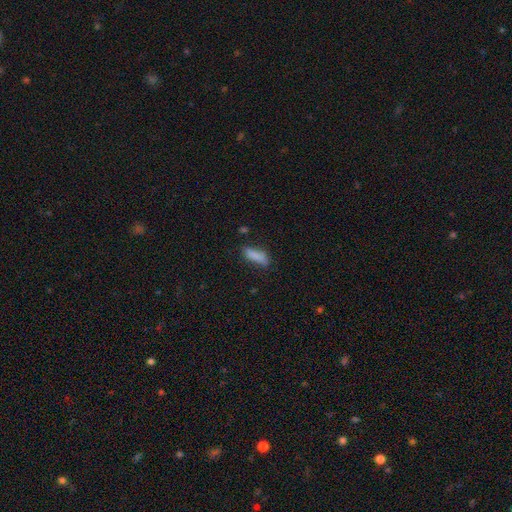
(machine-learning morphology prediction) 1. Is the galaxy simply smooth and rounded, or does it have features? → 83% smooth, 9% featured or disk, 8% star or artifact.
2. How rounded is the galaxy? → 49% in between (tied), 49% cigar-shaped (tied), 2% round.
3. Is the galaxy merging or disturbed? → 68% none, 23% minor disturbance, 7% major disturbance, 3% merger.